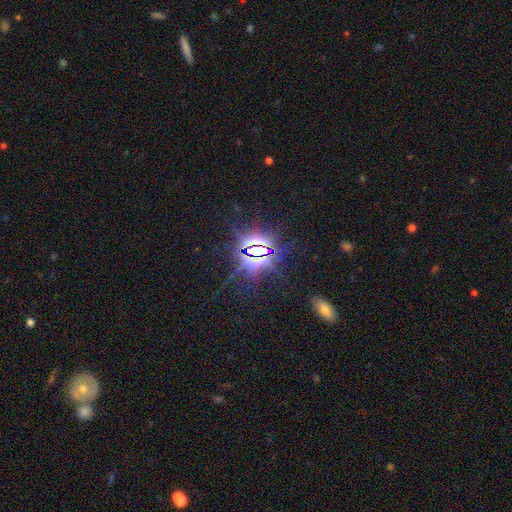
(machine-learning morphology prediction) Smooth or featured? star or artifact (81%)